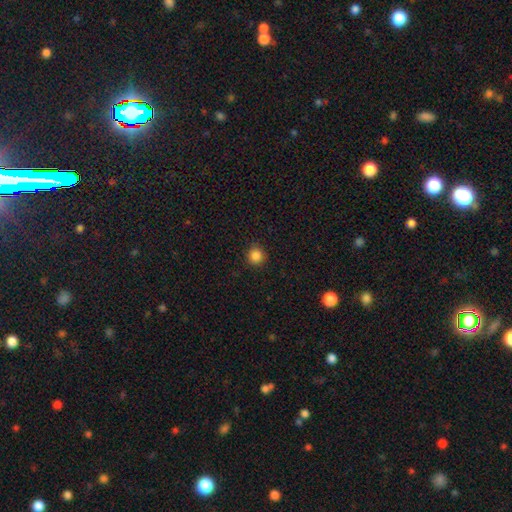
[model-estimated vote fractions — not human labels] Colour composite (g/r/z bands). It shows a smooth galaxy with no disk features (86%) that is round (92%). Merging: none (90%).